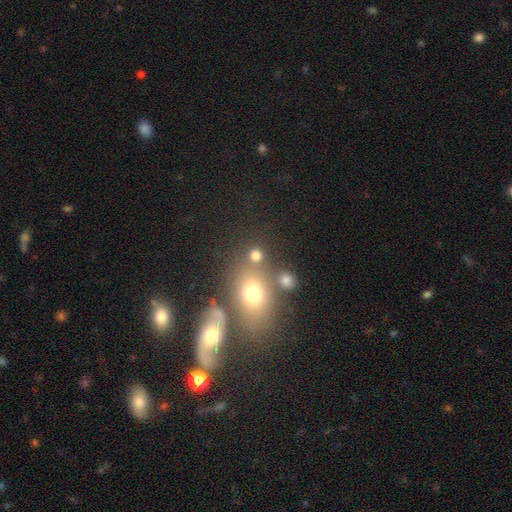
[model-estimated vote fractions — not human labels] This appears to be a smooth galaxy with no disk features (73%) that is round (77%). Merging: none (68%).